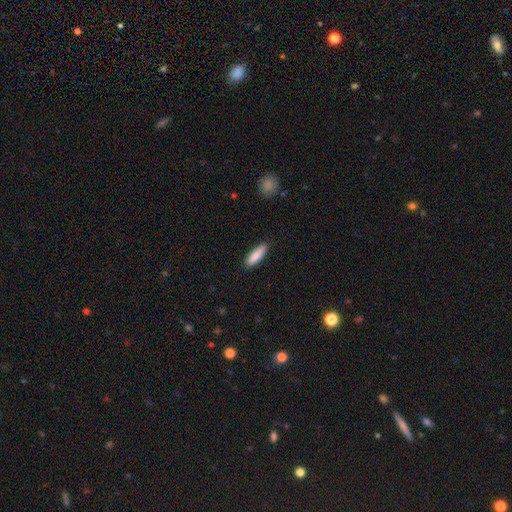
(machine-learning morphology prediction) Smooth or featured: smooth — 87% (featured or disk — 7%)
How rounded: cigar-shaped — 57% (in between — 41%)
Merging: none — 86% (minor disturbance — 11%)